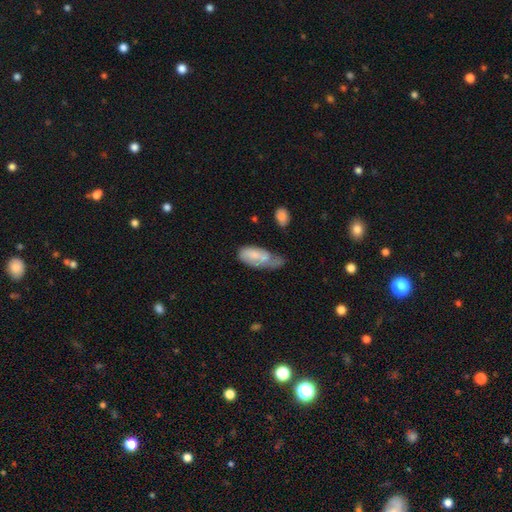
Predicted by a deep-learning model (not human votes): This appears to be a smooth galaxy with no disk features (65%) that is in between round and cigar-shaped (84%). Merging: minor disturbance (34%).